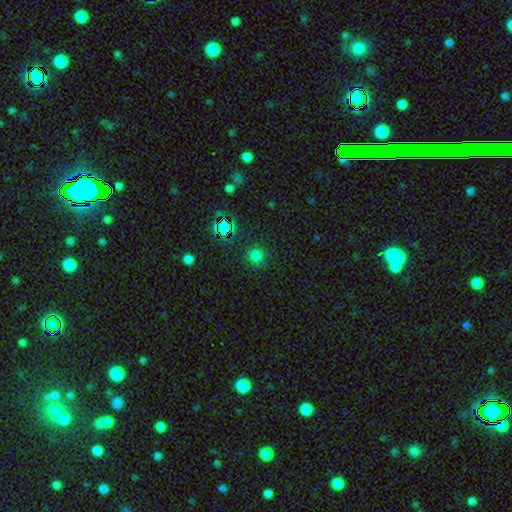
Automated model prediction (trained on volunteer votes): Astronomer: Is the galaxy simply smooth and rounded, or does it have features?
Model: smooth — 71%.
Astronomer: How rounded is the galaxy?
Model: round — 91%.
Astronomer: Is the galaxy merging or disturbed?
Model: none — 85%.